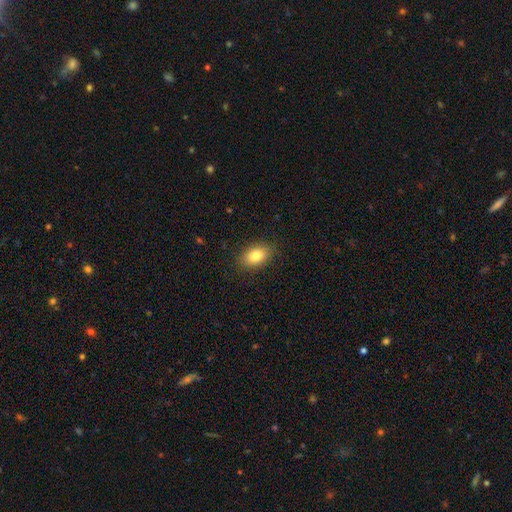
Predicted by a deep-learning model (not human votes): Smooth or featured?
  - smooth: 81% *
  - featured or disk: 10%
  - star or artifact: 8%
How rounded?
  - in between: 86% *
  - round: 12%
  - cigar-shaped: 2%
Merging?
  - none: 87% *
  - minor disturbance: 10%
  - major disturbance: 2%
  - merger: 1%